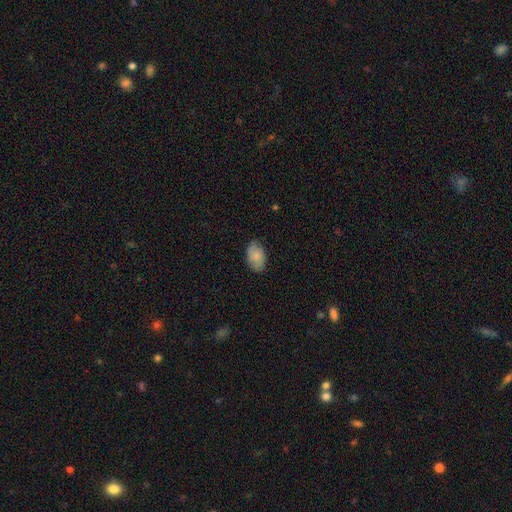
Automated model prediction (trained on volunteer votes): A smooth galaxy with no disk features (84%) that is in between round and cigar-shaped (89%). Merging: none (79%).